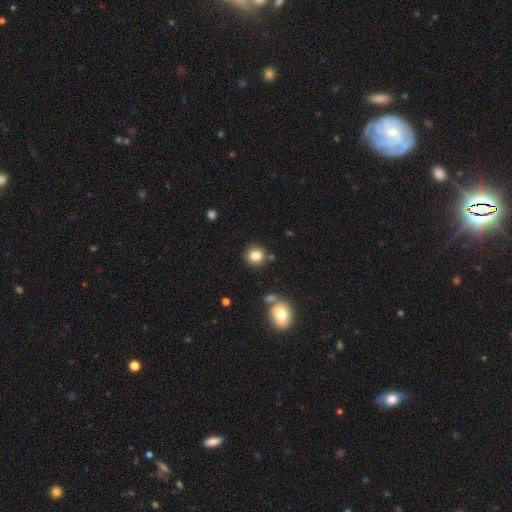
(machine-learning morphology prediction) smooth-or-featured: smooth: 82% | star or artifact: 11% | featured or disk: 7%
  how-rounded: round: 85% | in between: 14% | cigar-shaped: 1%
  merging: none: 83% | minor disturbance: 9% | merger: 6% | major disturbance: 3%